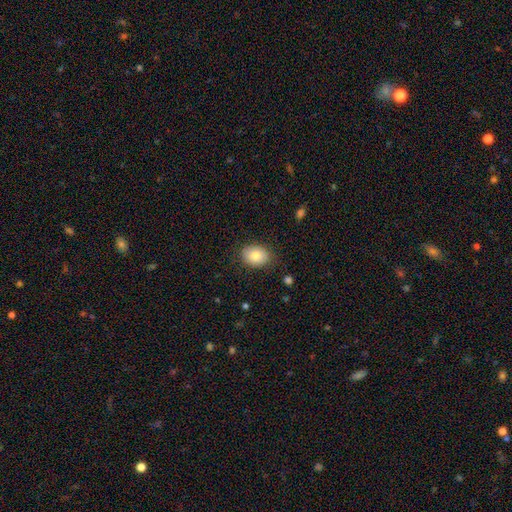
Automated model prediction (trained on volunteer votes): A smooth galaxy with no disk features (81%) that is in between round and cigar-shaped (66%).

Vote fractions:
- Smooth or featured? smooth: 81% / featured or disk: 11% / star or artifact: 8%
- How rounded? in between: 66% / round: 33% / cigar-shaped: 1%
- Merging? none: 84% / minor disturbance: 12% / major disturbance: 3% / merger: 1%